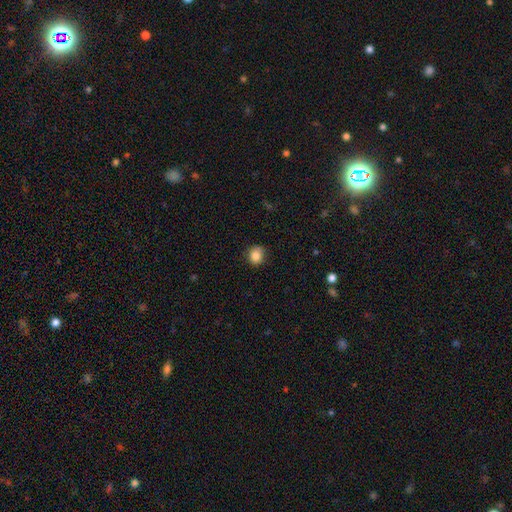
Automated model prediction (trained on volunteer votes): This appears to be a smooth galaxy with no disk features (85%) that is round (73%). Merging: none (79%).